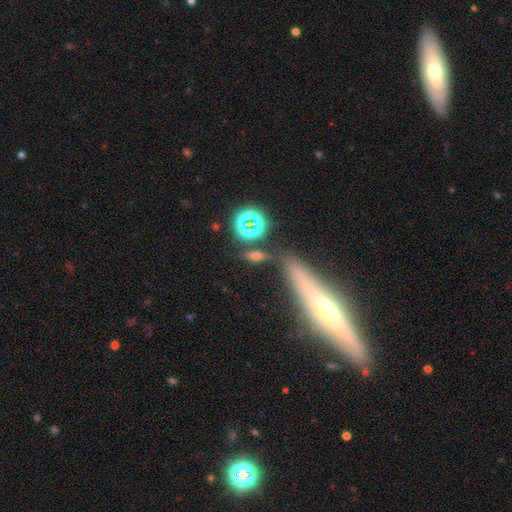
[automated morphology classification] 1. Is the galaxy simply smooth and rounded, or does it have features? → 54% smooth, 31% star or artifact, 16% featured or disk.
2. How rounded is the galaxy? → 53% in between, 30% cigar-shaped, 16% round.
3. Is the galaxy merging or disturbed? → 73% none, 11% minor disturbance, 10% merger, 6% major disturbance.